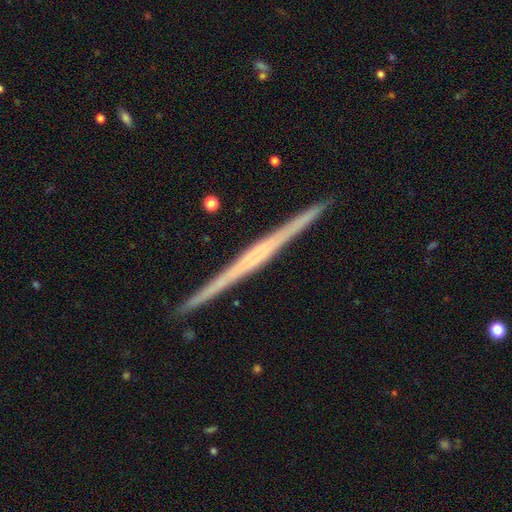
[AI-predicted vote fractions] Overall: featured or disk (76%). Edge-on disk: yes (99%). Edge-on bulge: none (69%). Merging: none (92%).